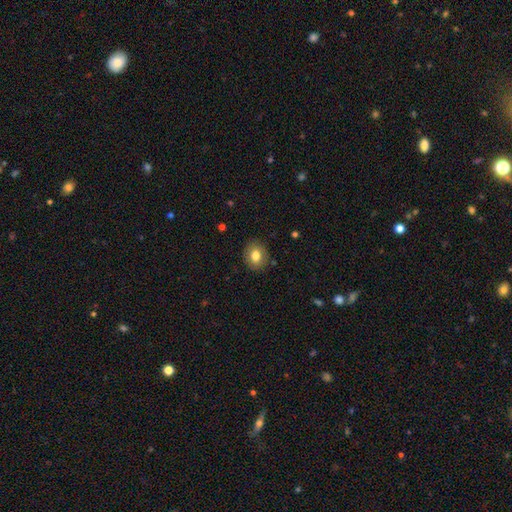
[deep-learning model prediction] Smooth or featured? smooth (80%)
How rounded? round (51%)
Merging? none (86%)